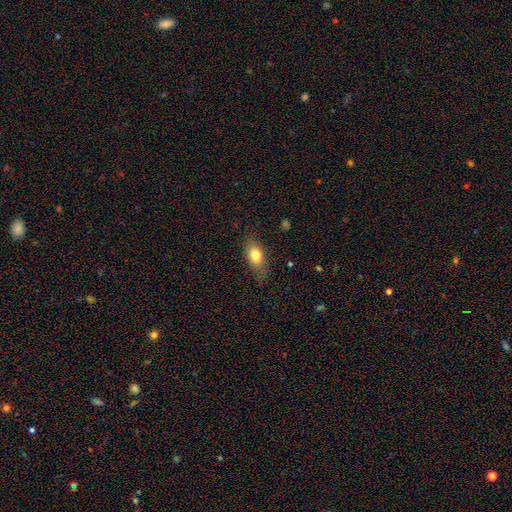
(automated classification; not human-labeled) Smooth or featured? smooth (78%)
How rounded? in between (82%)
Merging? none (74%)